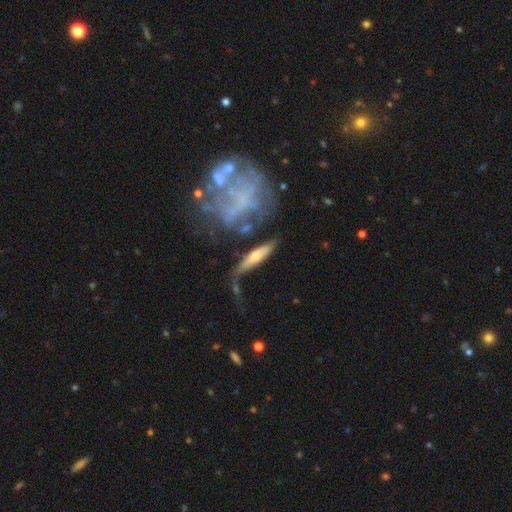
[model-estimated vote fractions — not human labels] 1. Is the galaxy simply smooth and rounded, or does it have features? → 49% smooth, 45% featured or disk, 6% star or artifact.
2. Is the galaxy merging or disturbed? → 50% none, 22% minor disturbance, 14% major disturbance, 14% merger.